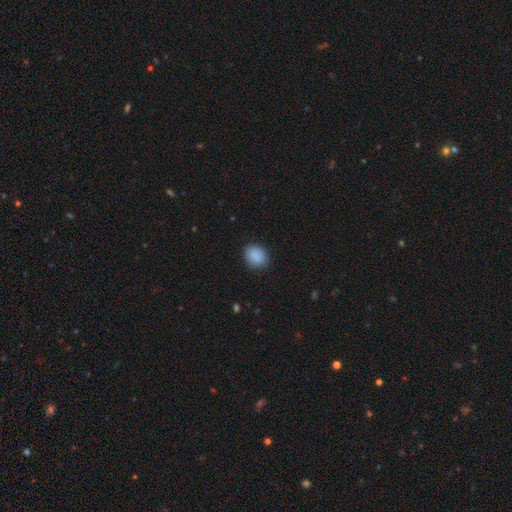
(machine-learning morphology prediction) This appears to be a smooth galaxy with no disk features (89%) that is round (50%). Merging: none (86%).